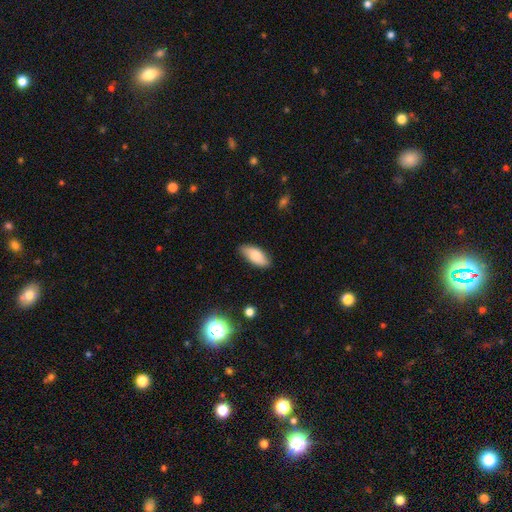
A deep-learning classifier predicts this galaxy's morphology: This is clearly a smooth galaxy (82%). How rounded: clearly in between (85%). Merging: clearly none (81%).